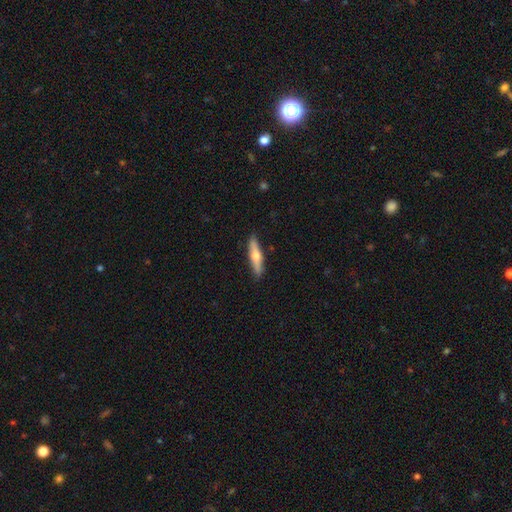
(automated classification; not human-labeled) Morphology: type=smooth (50%); roundness=cigar-shaped (82%); merging=none (87%).